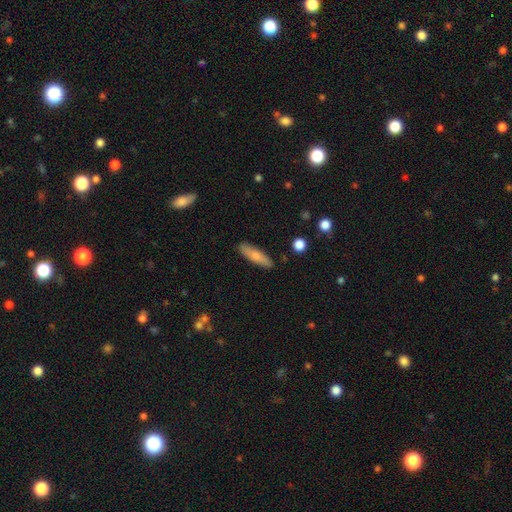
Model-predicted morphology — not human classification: Smooth or featured? smooth (74%)
How rounded? cigar-shaped (63%)
Merging? none (87%)